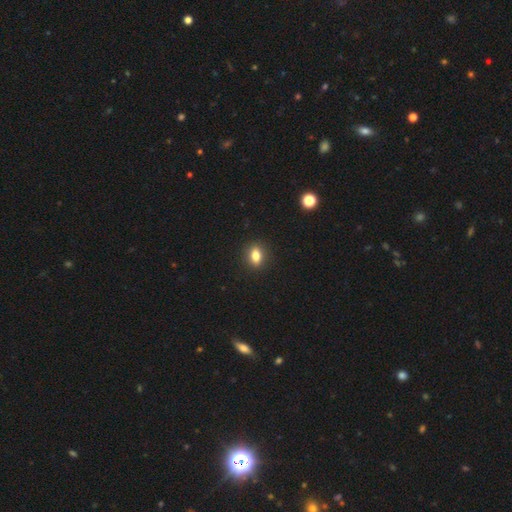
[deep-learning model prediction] A smooth galaxy with no disk features (80%) that is in between round and cigar-shaped (71%).

Vote fractions:
- Smooth or featured? smooth: 80% / featured or disk: 10% / star or artifact: 10%
- How rounded? in between: 71% / round: 24% / cigar-shaped: 5%
- Merging? none: 90% / minor disturbance: 7% / major disturbance: 2% / merger: 1%